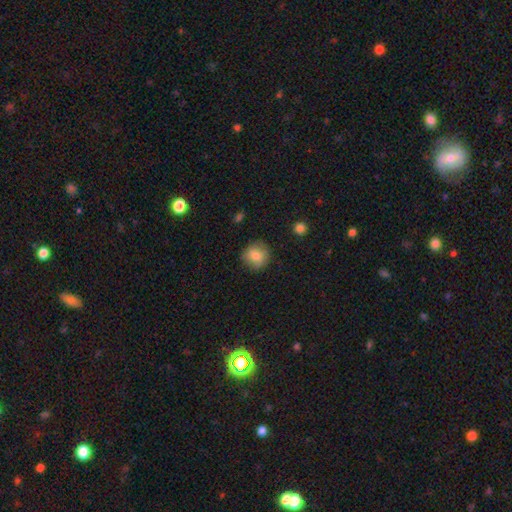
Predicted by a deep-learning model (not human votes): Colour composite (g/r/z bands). It shows a smooth galaxy with no disk features (79%) that is round (89%). Merging: none (79%).